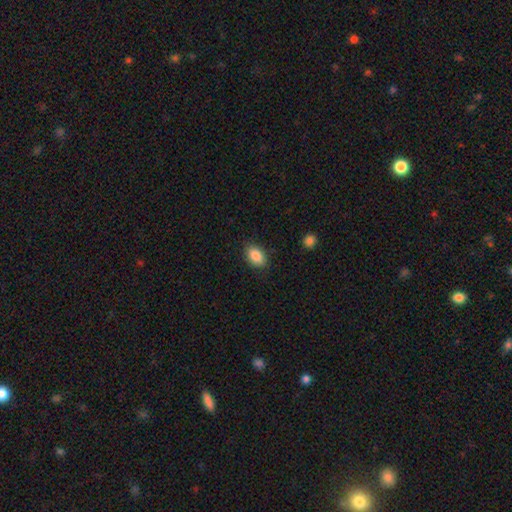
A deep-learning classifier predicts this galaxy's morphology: Overall: smooth (88%). How rounded: in between (88%). Merging: none (86%).